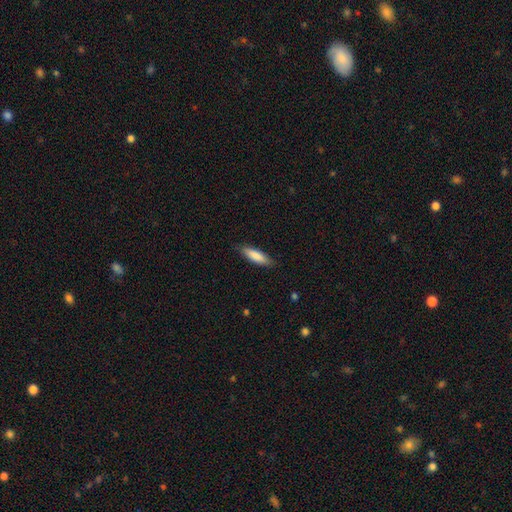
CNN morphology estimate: Overall: smooth (84%). How rounded: cigar-shaped (61%; in between 37%). Merging: none (86%).